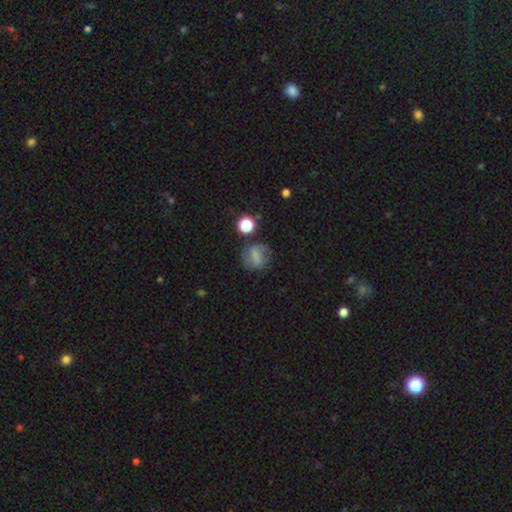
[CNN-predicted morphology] A smooth galaxy with no disk features (58%) that is round (72%). Merging: none (64%).